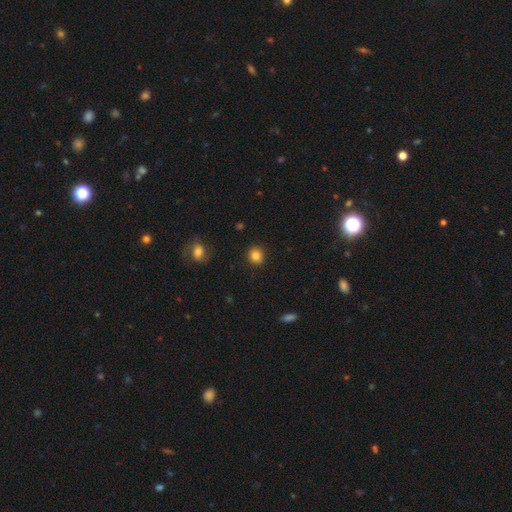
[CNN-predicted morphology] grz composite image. It shows a smooth galaxy with no disk features (84%) that is round (80%). Merging: none (90%).